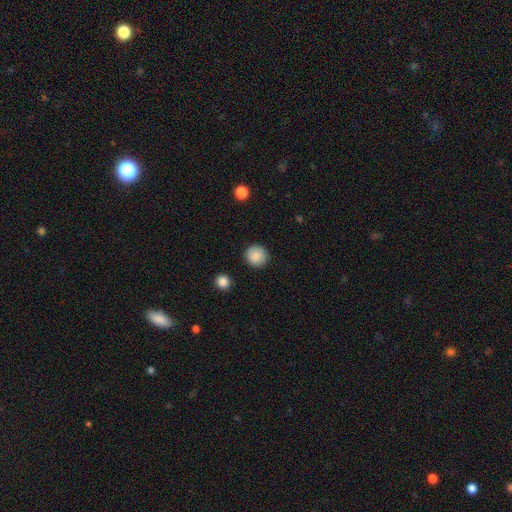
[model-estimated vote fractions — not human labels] Smooth or featured: smooth — 88% (star or artifact — 8%)
How rounded: round — 94% (in between — 5%)
Merging: none — 91% (minor disturbance — 6%)